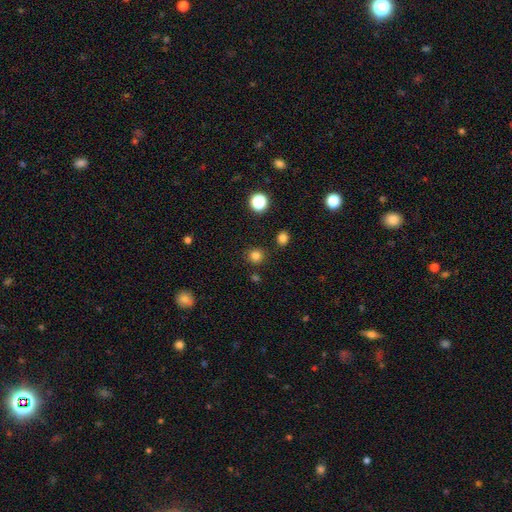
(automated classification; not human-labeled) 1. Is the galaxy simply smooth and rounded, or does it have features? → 82% smooth, 14% star or artifact, 4% featured or disk.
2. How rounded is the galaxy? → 91% round, 8% in between, 1% cigar-shaped.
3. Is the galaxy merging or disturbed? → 86% none, 7% minor disturbance, 4% merger, 3% major disturbance.